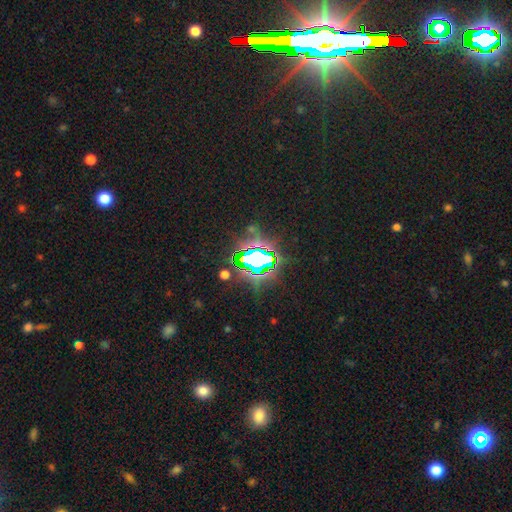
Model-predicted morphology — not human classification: Smooth or featured? Predicted: star or artifact (p=0.75).